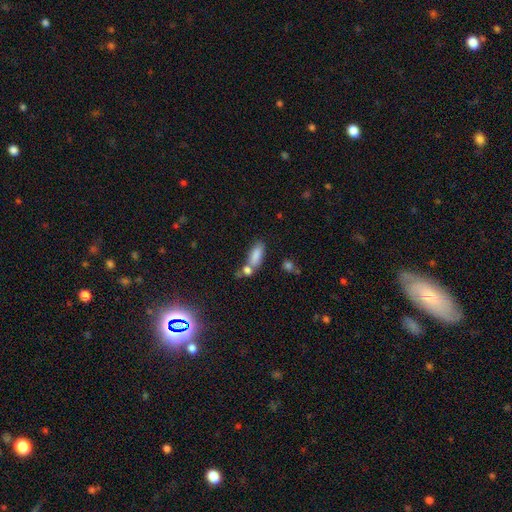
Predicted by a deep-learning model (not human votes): A smooth galaxy with no disk features (82%) that is in between round and cigar-shaped (77%). Merging: none (44%).